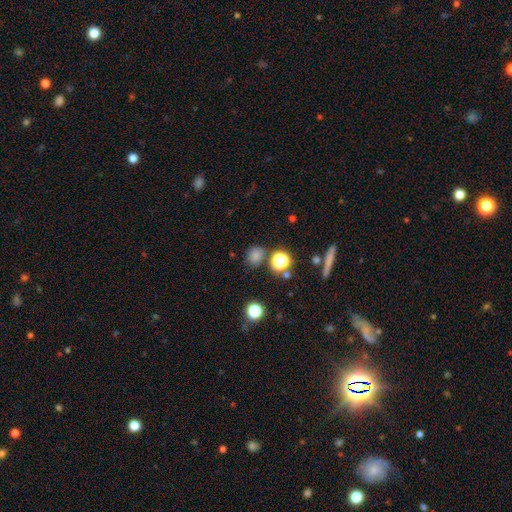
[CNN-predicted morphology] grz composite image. It shows a smooth galaxy with no disk features (74%) that is round (82%). Merging: none (78%).